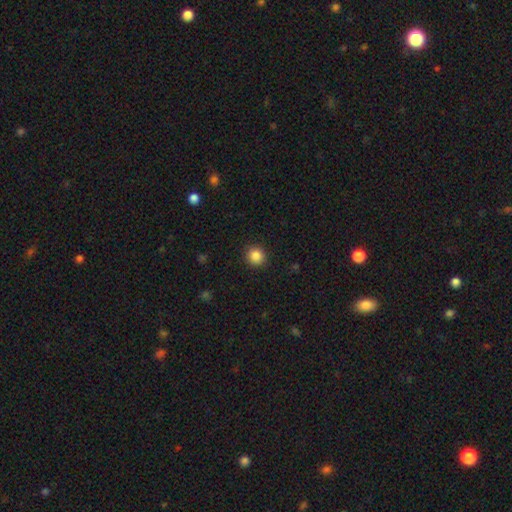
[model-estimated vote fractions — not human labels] The model was most divided on "smooth or featured": smooth: 86%, star or artifact: 10%, featured or disk: 4%. More confident: how rounded — round (92%); merging — none (92%).